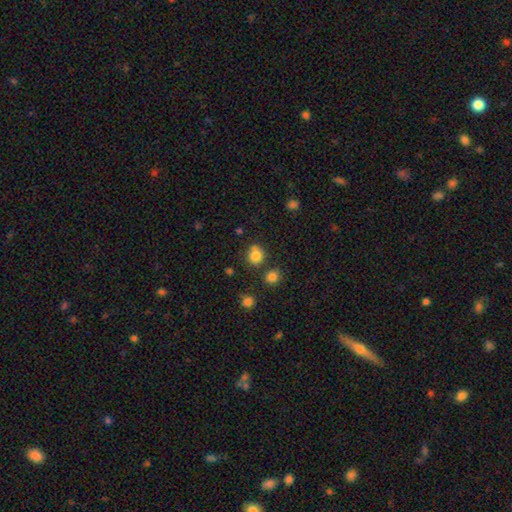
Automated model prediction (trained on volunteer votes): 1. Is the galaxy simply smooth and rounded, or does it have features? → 82% smooth, 12% star or artifact, 6% featured or disk.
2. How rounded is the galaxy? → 82% round, 17% in between, 1% cigar-shaped.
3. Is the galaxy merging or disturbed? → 71% none, 15% minor disturbance, 10% merger, 4% major disturbance.